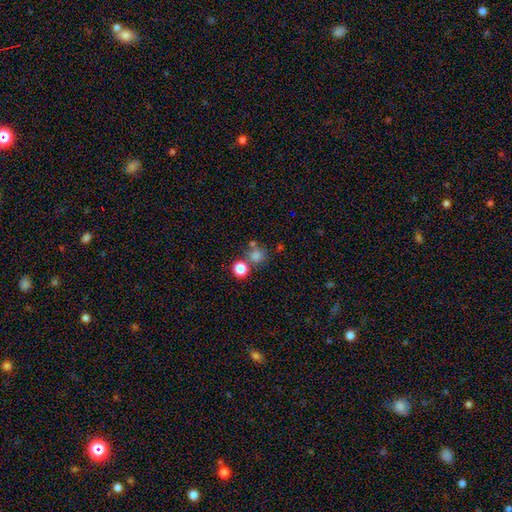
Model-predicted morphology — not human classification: Smooth or featured? smooth (74%)
How rounded? round (90%)
Merging? none (66%)